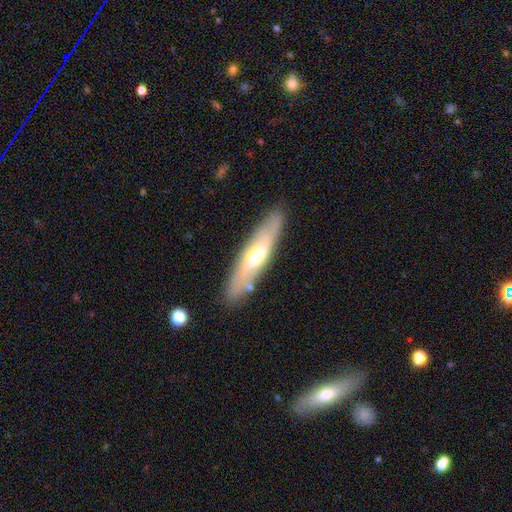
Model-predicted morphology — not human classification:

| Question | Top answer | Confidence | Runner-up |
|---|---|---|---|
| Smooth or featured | featured or disk | 49% | smooth (46%) |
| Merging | none | 84% | minor disturbance (11%) |